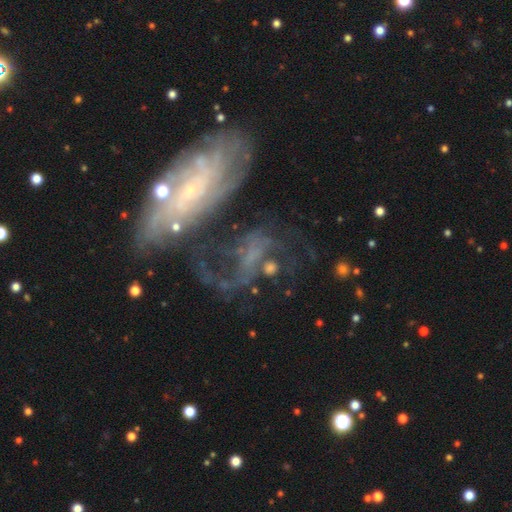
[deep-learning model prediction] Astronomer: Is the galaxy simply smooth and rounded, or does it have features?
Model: featured or disk — 73%.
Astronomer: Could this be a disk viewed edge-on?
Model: no — 92%.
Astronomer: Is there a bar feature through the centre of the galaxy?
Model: no — 60%.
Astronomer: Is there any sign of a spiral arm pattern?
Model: yes — 76%.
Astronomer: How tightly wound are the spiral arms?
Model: medium — 34%, tied with loose at 34%.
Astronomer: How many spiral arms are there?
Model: can't tell — 43% (runner-up: 2, 25%).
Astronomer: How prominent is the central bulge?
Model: small — 56%.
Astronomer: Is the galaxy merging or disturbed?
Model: none — 34% (runner-up: major disturbance, 28%).